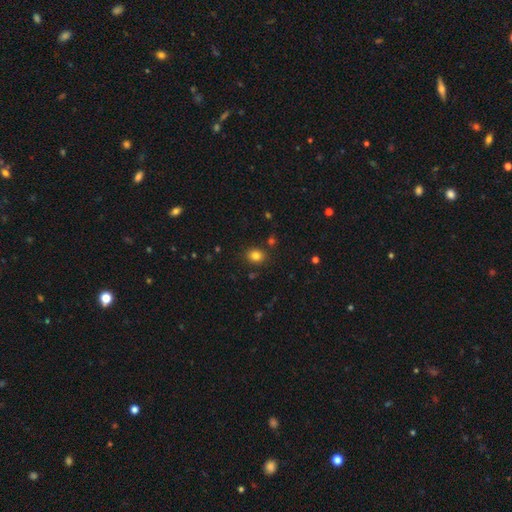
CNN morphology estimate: Q: Smooth or featured?
A: smooth (81%); runner-up: star or artifact (13%)
Q: How rounded?
A: round (62%); runner-up: in between (37%)
Q: Merging?
A: none (85%); runner-up: minor disturbance (9%)